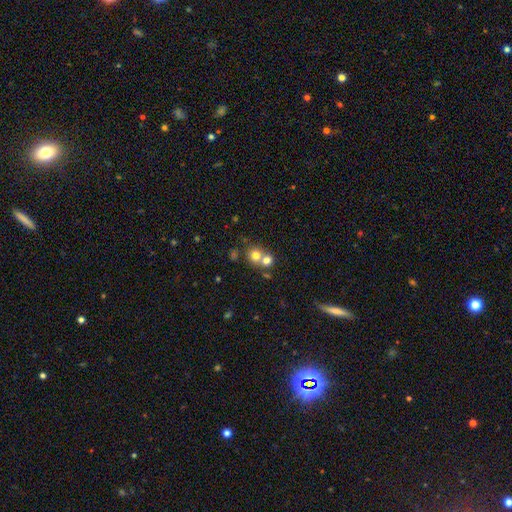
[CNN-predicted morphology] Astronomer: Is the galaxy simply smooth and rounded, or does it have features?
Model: smooth — 74%.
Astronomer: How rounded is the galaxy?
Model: round — 84%.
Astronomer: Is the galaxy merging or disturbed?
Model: merger — 51% (runner-up: none, 41%).